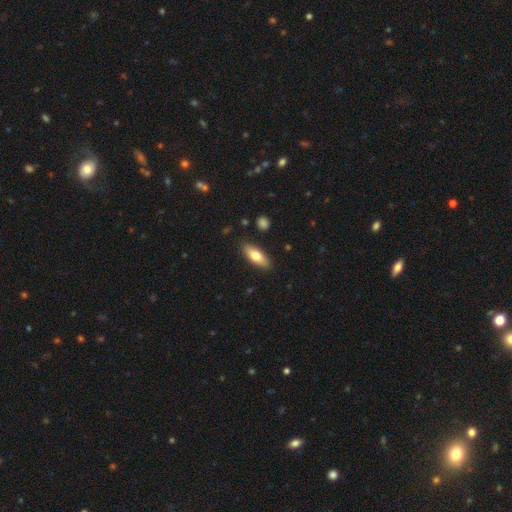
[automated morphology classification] smooth_or_featured: smooth (p=0.72) [alt: featured or disk p=0.22]
how_rounded: in between (p=0.68) [alt: cigar-shaped p=0.29]
merging: none (p=0.86) [alt: minor disturbance p=0.10]